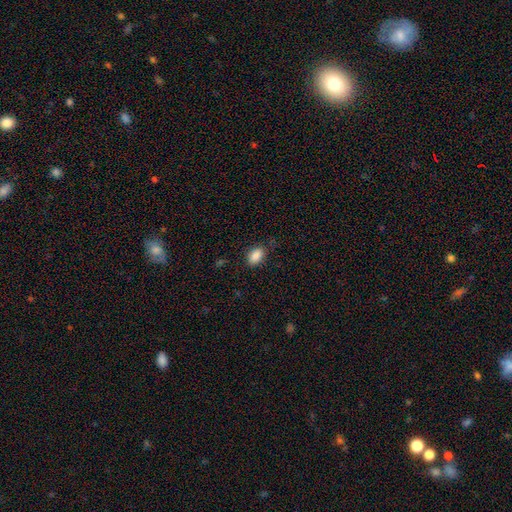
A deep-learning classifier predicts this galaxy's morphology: Smooth or featured?
  - smooth: 89% *
  - star or artifact: 8%
  - featured or disk: 4%
How rounded?
  - in between: 87% *
  - round: 11%
  - cigar-shaped: 1%
Merging?
  - none: 81% *
  - minor disturbance: 14%
  - major disturbance: 3%
  - merger: 1%